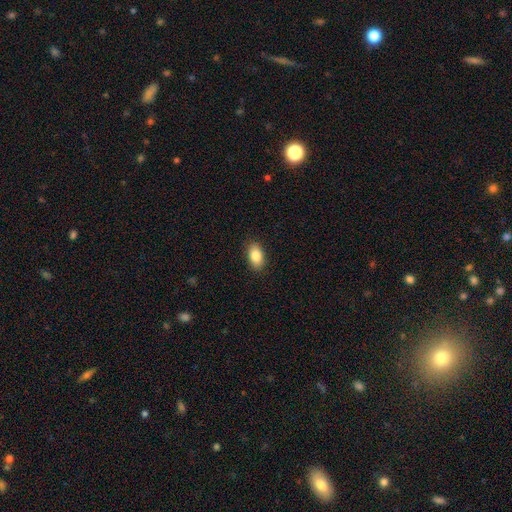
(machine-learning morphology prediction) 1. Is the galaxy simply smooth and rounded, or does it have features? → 85% smooth, 8% star or artifact, 7% featured or disk.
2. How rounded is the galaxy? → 90% in between, 8% round, 2% cigar-shaped.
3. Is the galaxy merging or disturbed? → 88% none, 9% minor disturbance, 2% major disturbance, 1% merger.